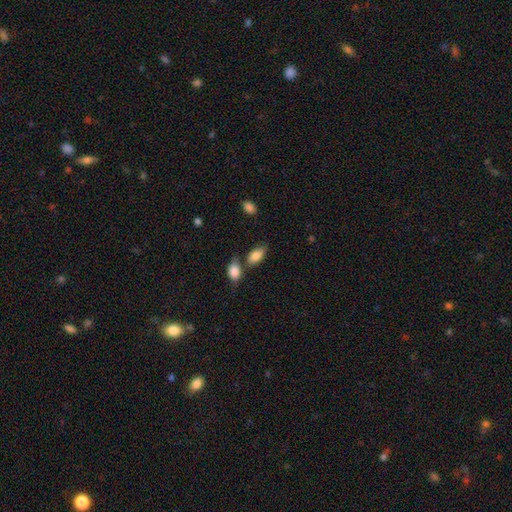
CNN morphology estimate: Q: Smooth or featured?
A: smooth (84%); runner-up: featured or disk (9%)
Q: How rounded?
A: in between (91%); runner-up: round (5%)
Q: Merging?
A: none (58%); runner-up: merger (22%)